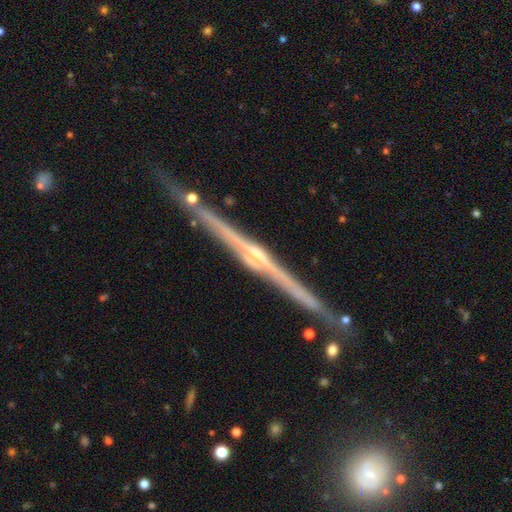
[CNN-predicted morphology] smooth-or-featured: featured or disk: 89% | star or artifact: 6% | smooth: 6%
  disk-edge-on: yes: 98% | no: 2%
    edge-on-bulge: rounded: 81% | none: 12% | boxy: 7%
  merging: none: 85% | minor disturbance: 10% | merger: 3% | major disturbance: 2%